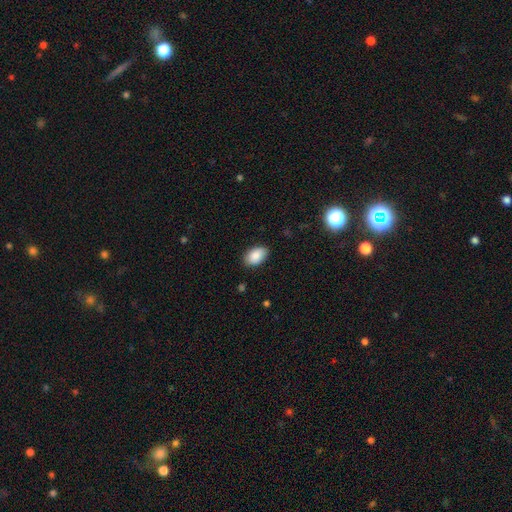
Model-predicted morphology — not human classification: The model was most divided on "merging": none: 86%, minor disturbance: 11%, major disturbance: 2%, merger: 1%. More confident: how rounded — in between (92%); smooth or featured — smooth (88%).